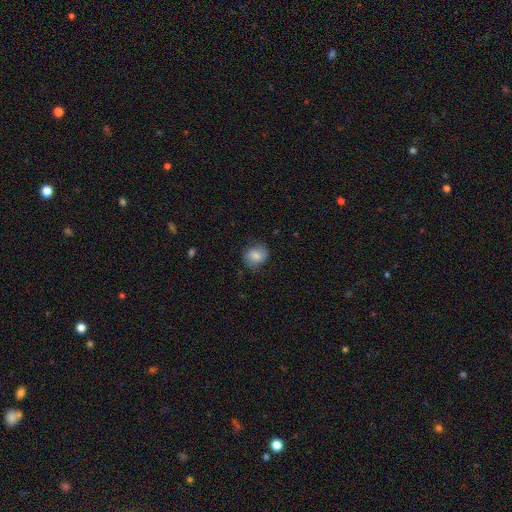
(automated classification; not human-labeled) The model was most divided on "how rounded": round: 64%, in between: 35%, cigar-shaped: 1%. More confident: merging — none (73%); smooth or featured — smooth (70%).